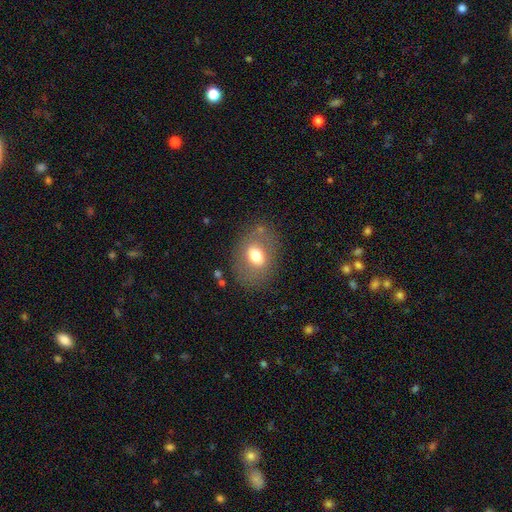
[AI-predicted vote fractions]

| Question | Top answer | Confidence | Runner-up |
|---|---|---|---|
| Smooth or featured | smooth | 67% | featured or disk (23%) |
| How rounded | in between | 65% | round (34%) |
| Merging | none | 77% | minor disturbance (14%) |